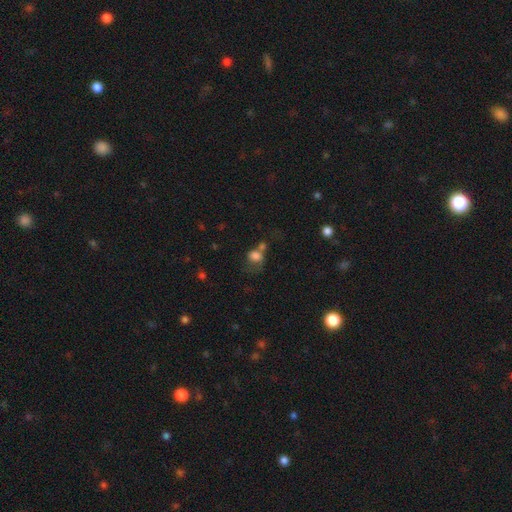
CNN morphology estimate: Smooth or featured?
  - smooth: 75% *
  - star or artifact: 13%
  - featured or disk: 12%
How rounded?
  - round: 49% * (tied)
  - in between: 49% * (tied)
  - cigar-shaped: 1%
Merging?
  - merger: 37% *
  - none: 26%
  - major disturbance: 21%
  - minor disturbance: 16%